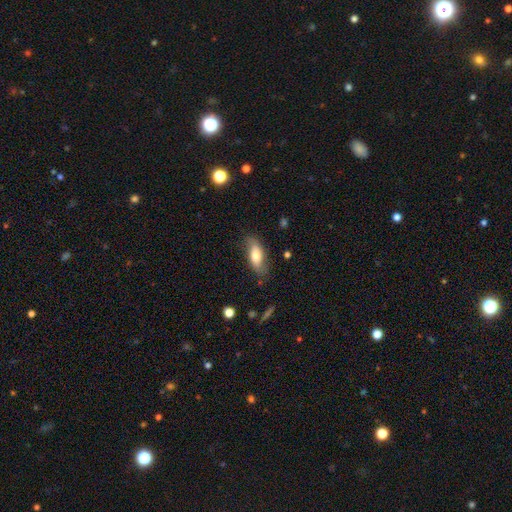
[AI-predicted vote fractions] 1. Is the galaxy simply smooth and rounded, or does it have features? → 69% smooth, 24% featured or disk, 7% star or artifact.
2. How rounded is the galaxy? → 80% in between, 17% cigar-shaped, 3% round.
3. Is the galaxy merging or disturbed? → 74% none, 20% minor disturbance, 5% major disturbance, 2% merger.